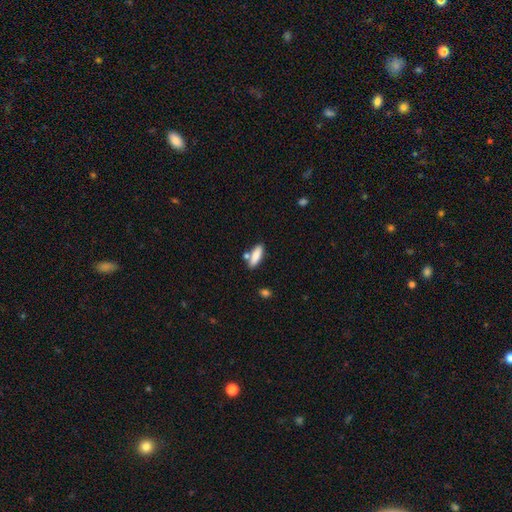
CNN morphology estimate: This appears to be a smooth galaxy with no disk features (83%) that is in between round and cigar-shaped (52%). Merging: none (70%).